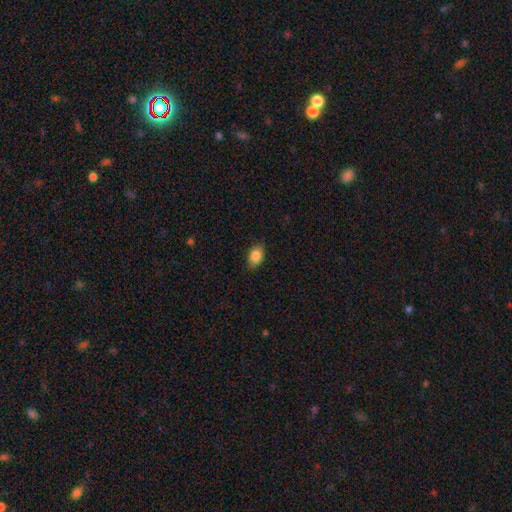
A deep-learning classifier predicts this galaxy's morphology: Smooth or featured? smooth (84%)
How rounded? in between (81%)
Merging? none (82%)